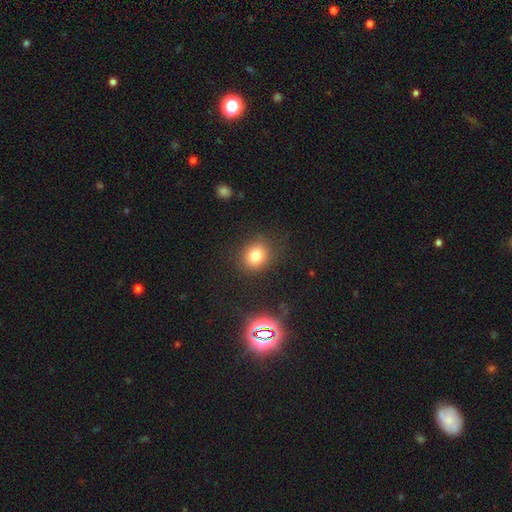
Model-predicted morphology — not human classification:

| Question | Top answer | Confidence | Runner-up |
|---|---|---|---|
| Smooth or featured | smooth | 78% | star or artifact (14%) |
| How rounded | round | 72% | in between (27%) |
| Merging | none | 85% | minor disturbance (10%) |